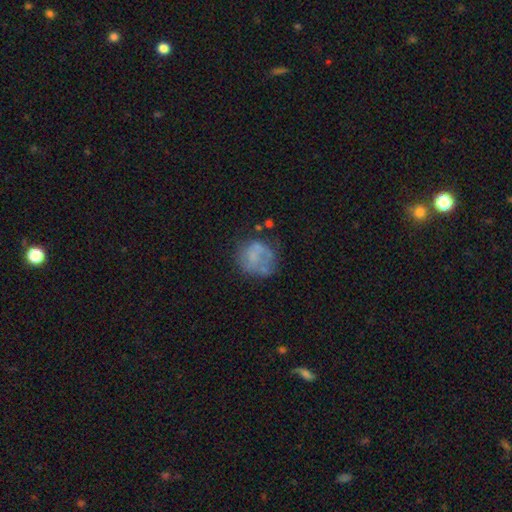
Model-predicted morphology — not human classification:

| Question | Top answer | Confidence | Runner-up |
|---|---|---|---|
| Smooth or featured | smooth | 51% | featured or disk (38%) |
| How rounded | round | 79% | in between (20%) |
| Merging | none | 49% | minor disturbance (24%) |